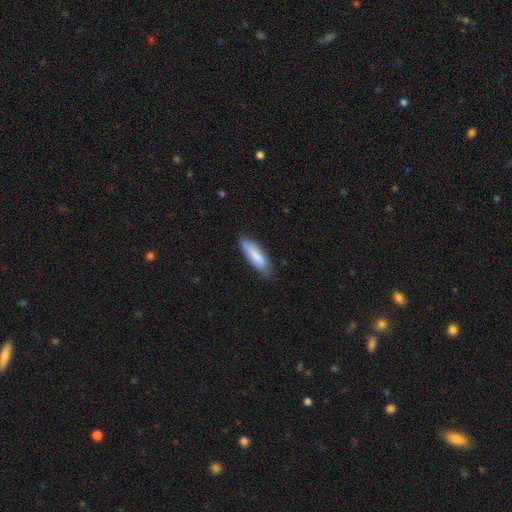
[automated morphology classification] A smooth galaxy with no disk features (82%) that is cigar-shaped (51%). Merging: none (74%).